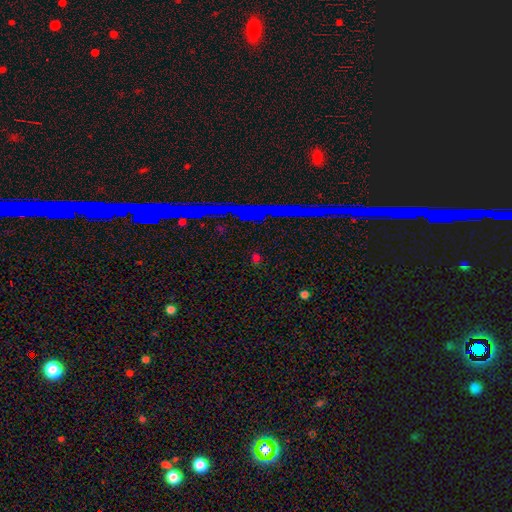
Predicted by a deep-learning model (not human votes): Smooth or featured: star or artifact — 53% (smooth — 36%)